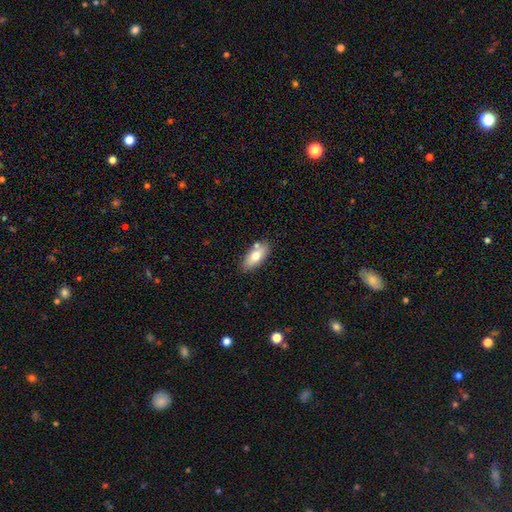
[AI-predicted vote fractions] Morphology: type=smooth (72%); roundness=in between (86%); merging=none (77%).